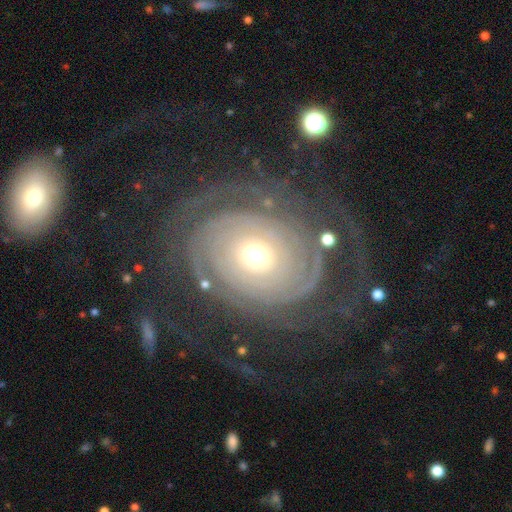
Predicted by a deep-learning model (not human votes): Smooth or featured?
  - featured or disk: 88% *
  - smooth: 6%
  - star or artifact: 6%
Edge-on disk?
  - no: 97% *
  - yes: 3%
Bar?
  - no: 78% *
  - weak: 15%
  - strong: 7%
Spiral arms?
  - yes: 96% *
  - no: 4%
Spiral winding?
  - tight: 78% *
  - medium: 16%
  - loose: 6%
Spiral arm count?
  - 2: 29% * (tied)
  - can't tell: 29% * (tied)
  - 3: 14%
  - 4: 10%
  - more than 4: 10%
  - 1: 8%
Bulge size?
  - moderate: 52% *
  - small: 39%
  - large: 6%
  - dominant: 1%
  - none: 1%
Merging?
  - none: 69% *
  - major disturbance: 16%
  - minor disturbance: 13%
  - merger: 2%